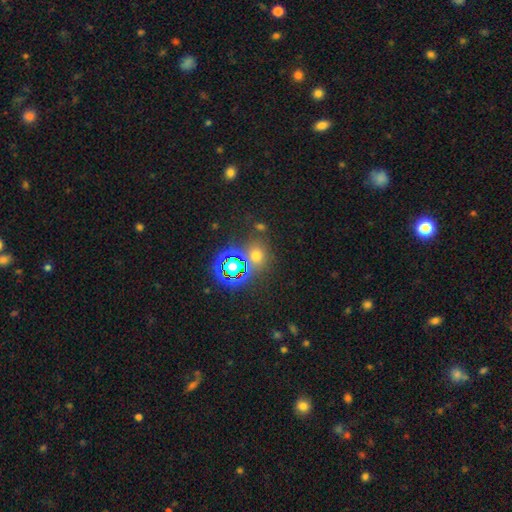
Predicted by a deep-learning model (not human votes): Morphology: type=smooth (53%); roundness=round (75%); merging=none (72%).